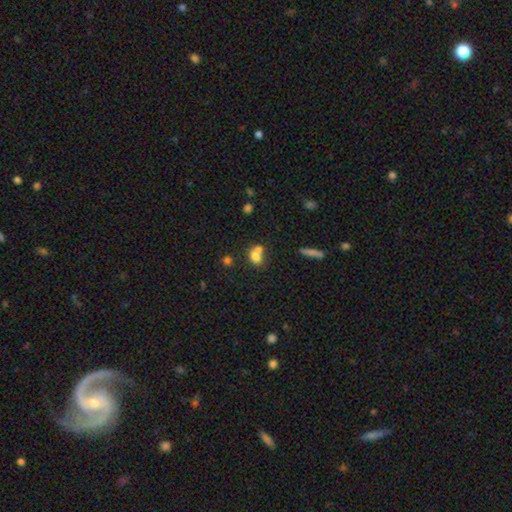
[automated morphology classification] Smooth or featured? smooth (75%)
How rounded? round (52%)
Merging? merger (48%)